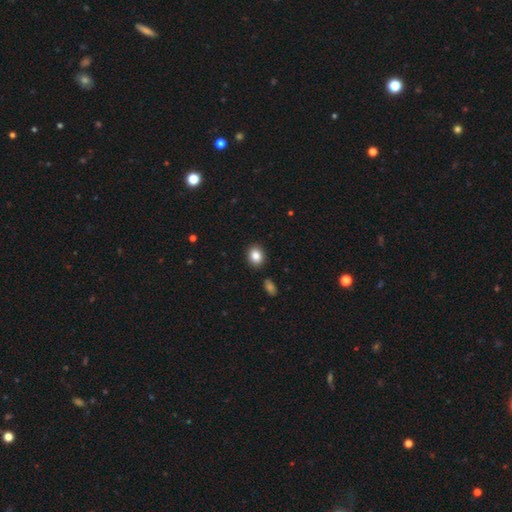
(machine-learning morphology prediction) type=smooth (86%); roundness=in between (52%); merging=none (88%).